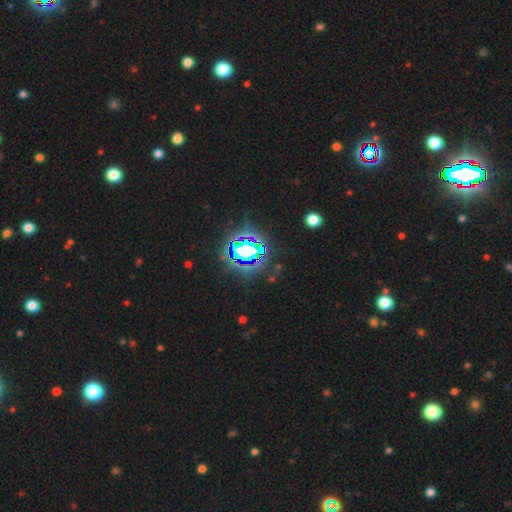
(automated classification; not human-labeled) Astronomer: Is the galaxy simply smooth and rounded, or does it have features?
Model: star or artifact — 78%.